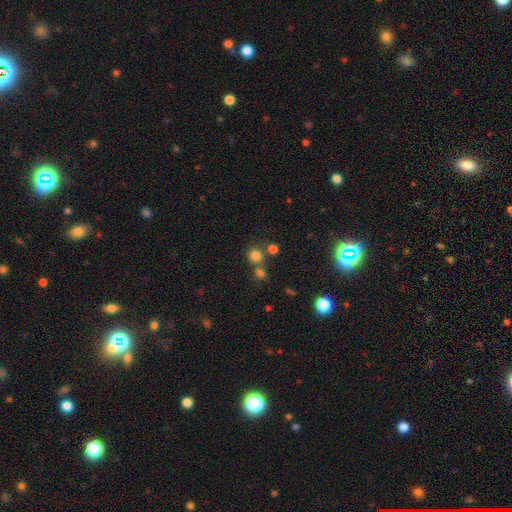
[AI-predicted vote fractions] This appears to be a smooth galaxy with no disk features (76%) that is round (88%). Merging: none (63%).